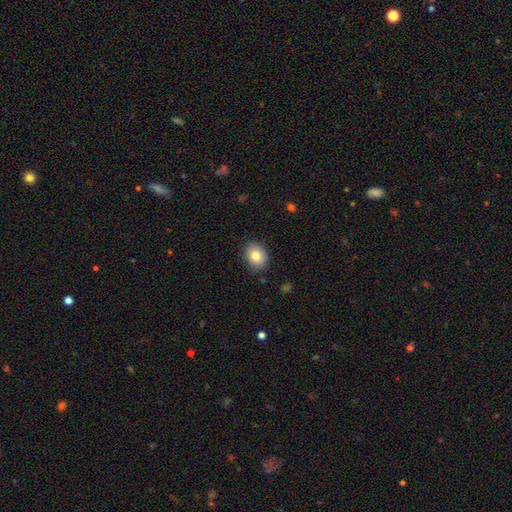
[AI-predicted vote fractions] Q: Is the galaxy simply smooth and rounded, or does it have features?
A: smooth — 83%.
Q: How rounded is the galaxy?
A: in between — 55%.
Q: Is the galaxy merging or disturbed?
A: none — 85%.